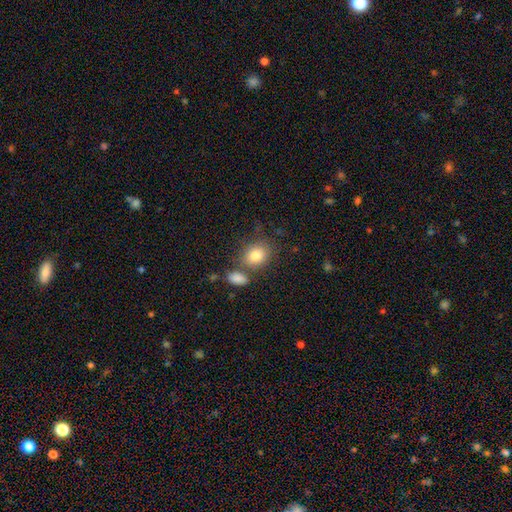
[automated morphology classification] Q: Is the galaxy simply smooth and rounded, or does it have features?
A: smooth — 82%.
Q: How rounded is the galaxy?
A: round — 57%.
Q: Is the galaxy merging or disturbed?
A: none — 65%.